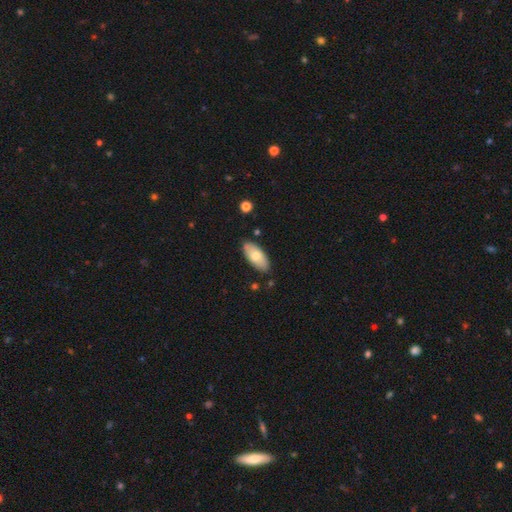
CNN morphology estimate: smooth-or-featured: smooth: 69% | featured or disk: 25% | star or artifact: 6%
  how-rounded: in between: 90% | cigar-shaped: 8% | round: 2%
  merging: none: 83% | minor disturbance: 12% | merger: 2% | major disturbance: 2%